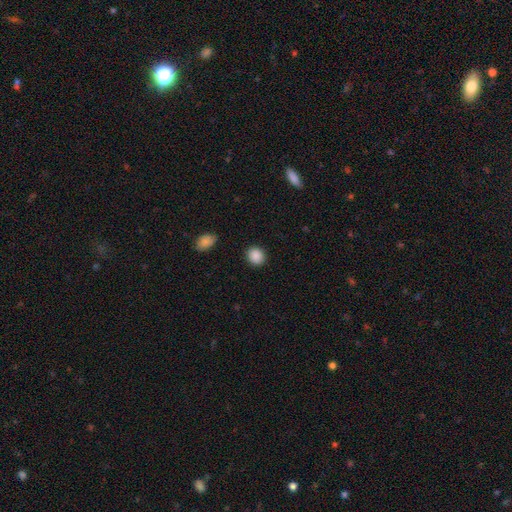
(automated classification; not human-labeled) Q: Smooth or featured?
A: smooth (89%); runner-up: star or artifact (8%)
Q: How rounded?
A: round (72%); runner-up: in between (27%)
Q: Merging?
A: none (89%); runner-up: minor disturbance (7%)